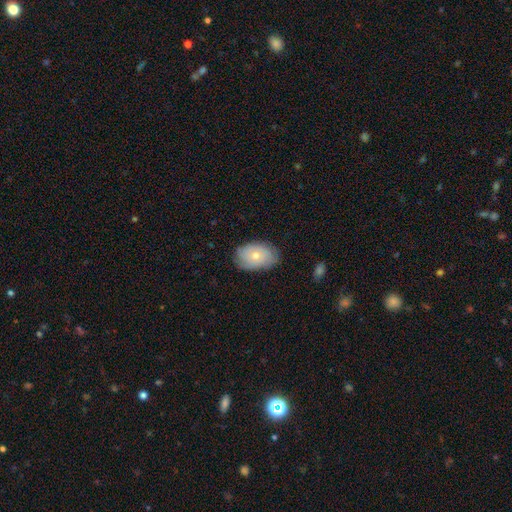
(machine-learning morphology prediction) type=smooth (62%); roundness=in between (86%); merging=none (77%).